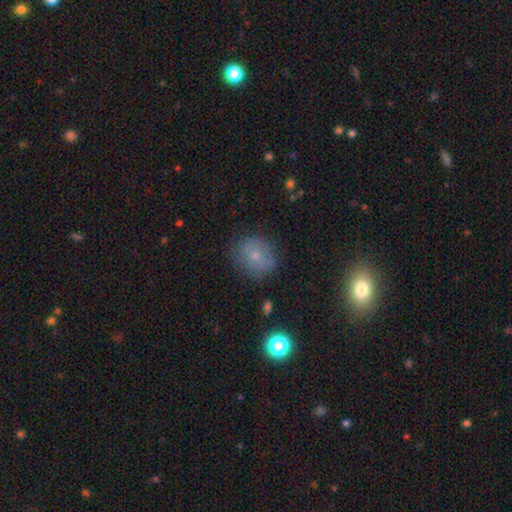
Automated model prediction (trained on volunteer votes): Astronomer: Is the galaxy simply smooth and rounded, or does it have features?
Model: smooth — 66%.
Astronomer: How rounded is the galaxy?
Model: round — 63%.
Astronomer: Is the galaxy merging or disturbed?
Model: none — 77%.